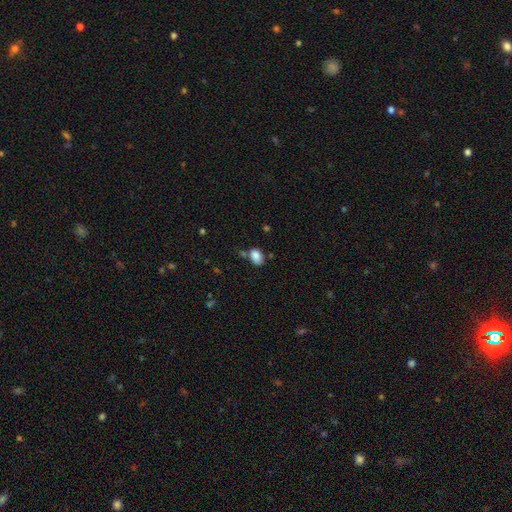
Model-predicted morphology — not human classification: Q: Smooth or featured?
A: smooth (86%); runner-up: star or artifact (9%)
Q: How rounded?
A: in between (82%); runner-up: round (17%)
Q: Merging?
A: none (61%); runner-up: minor disturbance (20%)